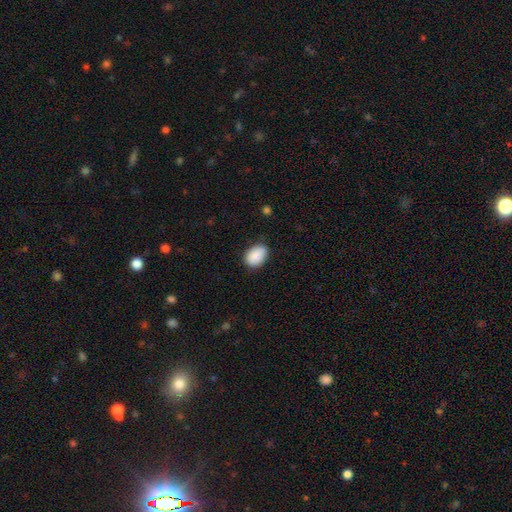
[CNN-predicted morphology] smooth 89%, star or artifact 6%, featured or disk 4%. Down the decision tree: how rounded — in between (83%); merging — none (80%).